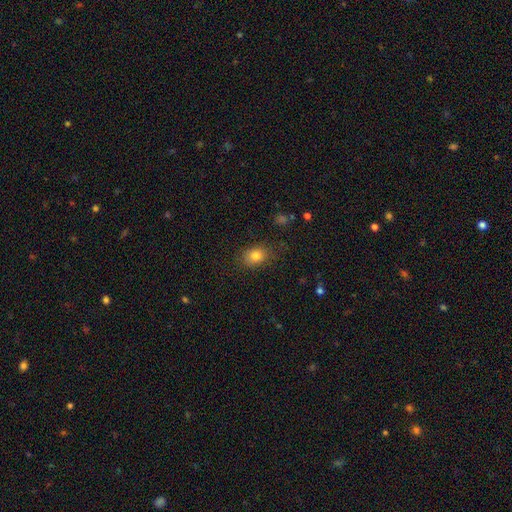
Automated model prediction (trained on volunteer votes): Smooth or featured? Predicted: smooth (p=0.81). How rounded? Predicted: in between (p=0.67). Merging? Predicted: none (p=0.79).